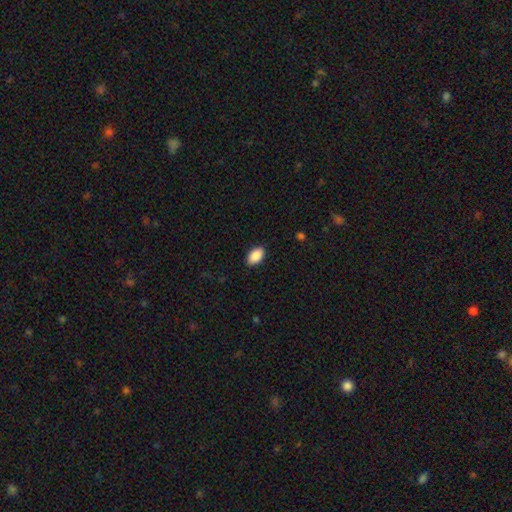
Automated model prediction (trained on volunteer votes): A smooth galaxy with no disk features (90%) that is in between round and cigar-shaped (94%). Merging: none (88%).